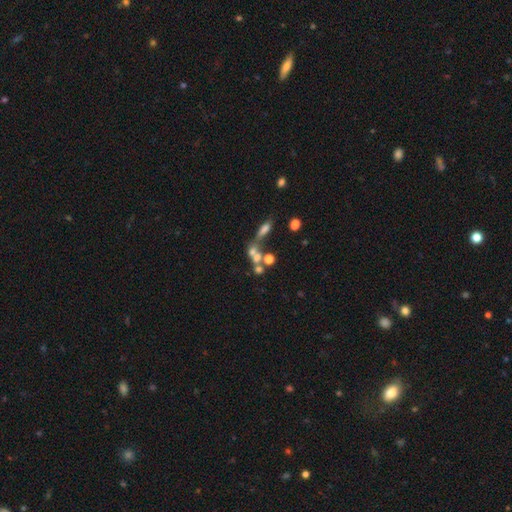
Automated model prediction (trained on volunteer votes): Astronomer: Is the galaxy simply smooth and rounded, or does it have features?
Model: smooth — 53% (runner-up: featured or disk, 28%).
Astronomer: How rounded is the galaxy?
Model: round — 53% (runner-up: in between, 40%).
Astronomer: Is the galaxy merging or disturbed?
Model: merger — 53%.